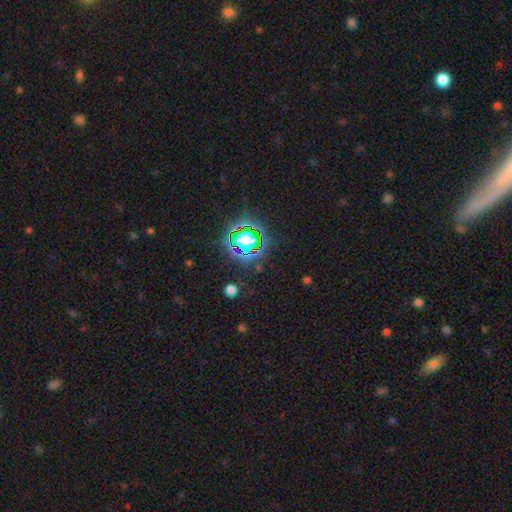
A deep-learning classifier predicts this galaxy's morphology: star or artifact 74%, smooth 16%, featured or disk 9%.